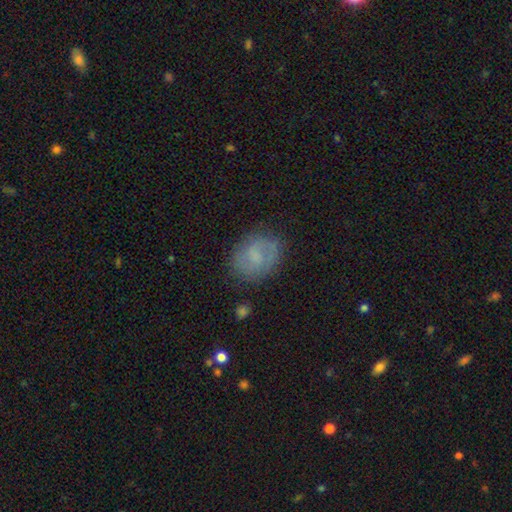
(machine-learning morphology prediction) Smooth or featured: smooth — 57% (featured or disk — 33%)
How rounded: in between — 61% (round — 38%)
Merging: none — 77% (minor disturbance — 16%)